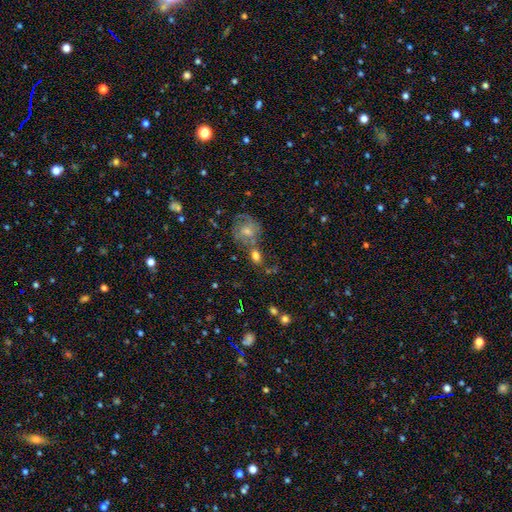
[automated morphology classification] A smooth galaxy with no disk features (68%) that is in between round and cigar-shaped (66%).

Vote fractions:
- Smooth or featured? smooth: 68% / featured or disk: 20% / star or artifact: 12%
- How rounded? in between: 66% / round: 29% / cigar-shaped: 4%
- Merging? none: 47% / merger: 30% / minor disturbance: 15% / major disturbance: 9%